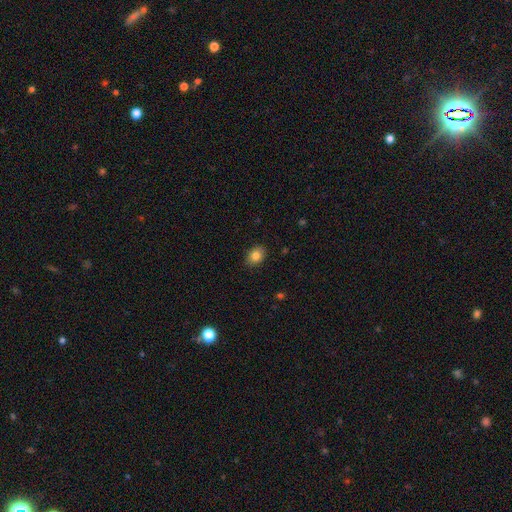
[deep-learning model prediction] Overall: smooth (83%). How rounded: in between (70%). Merging: none (88%).